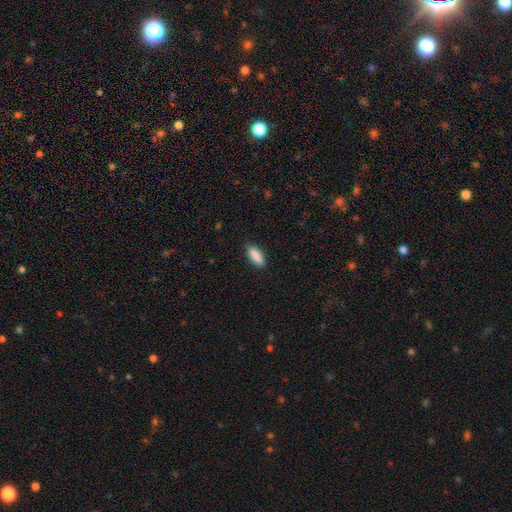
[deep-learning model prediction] Smooth or featured: smooth — 89% (star or artifact — 7%)
How rounded: in between — 69% (cigar-shaped — 29%)
Merging: none — 86% (minor disturbance — 11%)